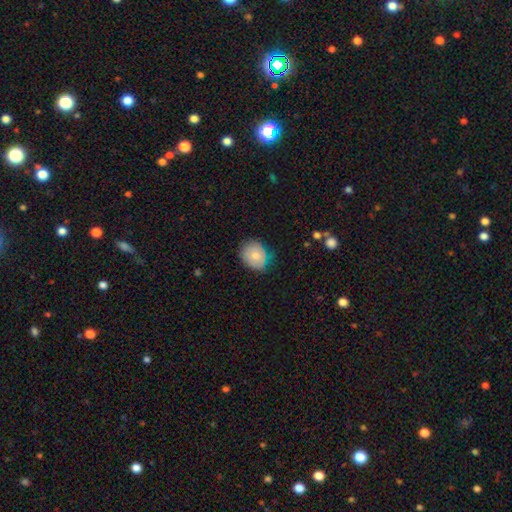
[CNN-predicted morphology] A smooth galaxy with no disk features (74%) that is round (62%).

Vote fractions:
- Smooth or featured? smooth: 74% / featured or disk: 18% / star or artifact: 8%
- How rounded? round: 62% / in between: 37% / cigar-shaped: 1%
- Merging? none: 68% / minor disturbance: 26% / major disturbance: 5% / merger: 1%